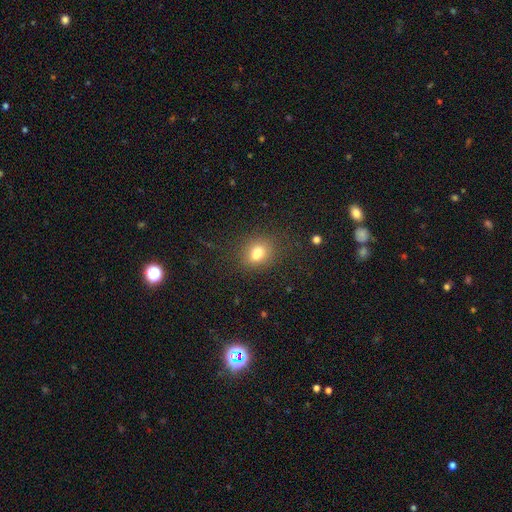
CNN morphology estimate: smooth 76%, star or artifact 14%, featured or disk 11%. Down the decision tree: how rounded — in between (53%); merging — none (69%).